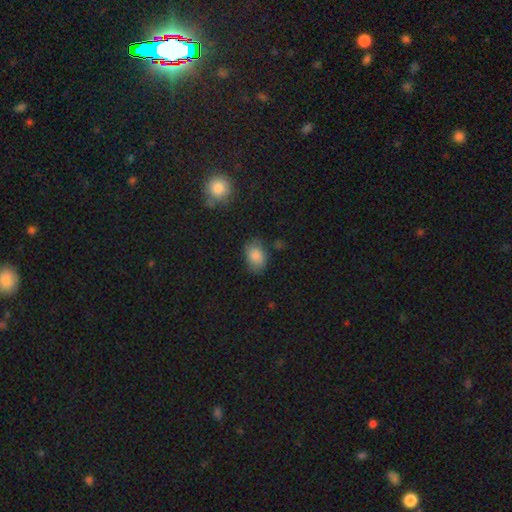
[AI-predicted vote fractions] A smooth galaxy with no disk features (83%) that is in between round and cigar-shaped (78%). Merging: none (68%).